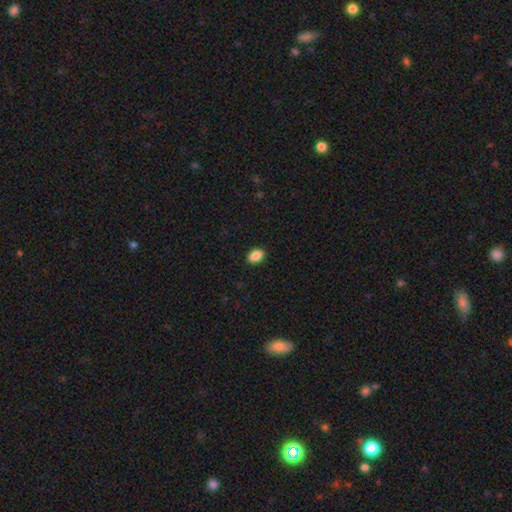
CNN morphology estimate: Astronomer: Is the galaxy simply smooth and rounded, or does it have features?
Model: smooth — 89%.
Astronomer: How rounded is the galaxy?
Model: in between — 85%.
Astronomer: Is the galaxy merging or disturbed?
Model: none — 90%.